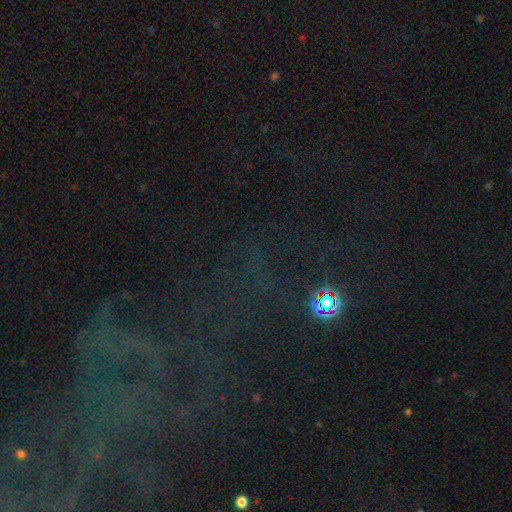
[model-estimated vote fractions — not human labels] Morphology: type=star or artifact (65%).